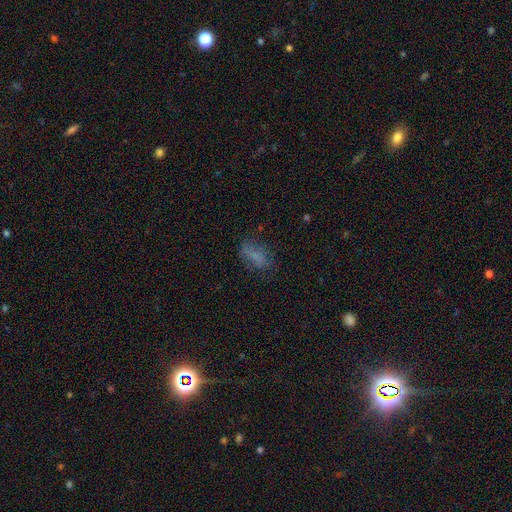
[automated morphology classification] Q: Smooth or featured?
A: smooth (69%); runner-up: featured or disk (17%)
Q: How rounded?
A: in between (80%); runner-up: cigar-shaped (14%)
Q: Merging?
A: none (63%); runner-up: minor disturbance (22%)